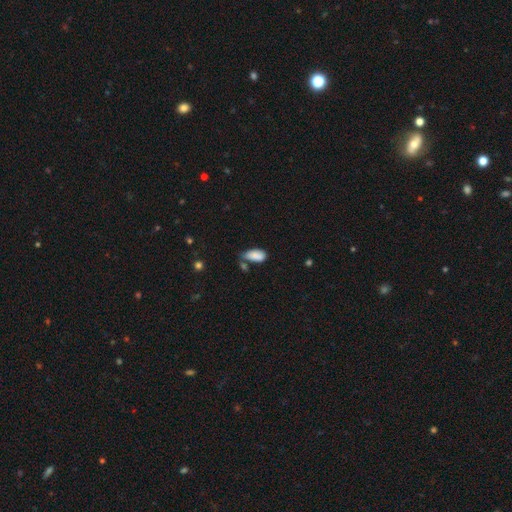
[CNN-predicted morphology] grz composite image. It shows a smooth galaxy with no disk features (86%) that is in between round and cigar-shaped (93%). Merging: none (45%).